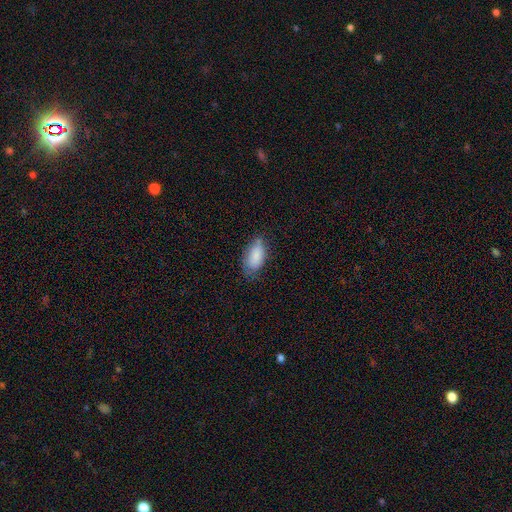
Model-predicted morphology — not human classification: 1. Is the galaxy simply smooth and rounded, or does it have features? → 84% smooth, 9% featured or disk, 7% star or artifact.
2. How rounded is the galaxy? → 92% in between, 6% cigar-shaped, 3% round.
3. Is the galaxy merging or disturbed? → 62% none, 29% minor disturbance, 7% major disturbance, 2% merger.